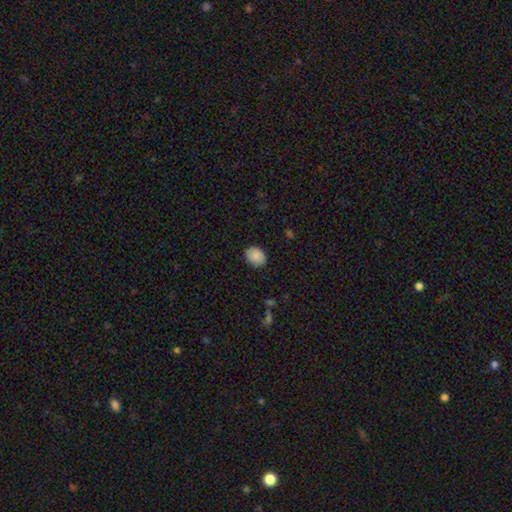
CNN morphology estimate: A smooth galaxy with no disk features (88%) that is in between round and cigar-shaped (56%).

Vote fractions:
- Smooth or featured? smooth: 88% / star or artifact: 7% / featured or disk: 4%
- How rounded? in between: 56% / round: 43% / cigar-shaped: 1%
- Merging? none: 85% / minor disturbance: 11% / major disturbance: 2% / merger: 1%